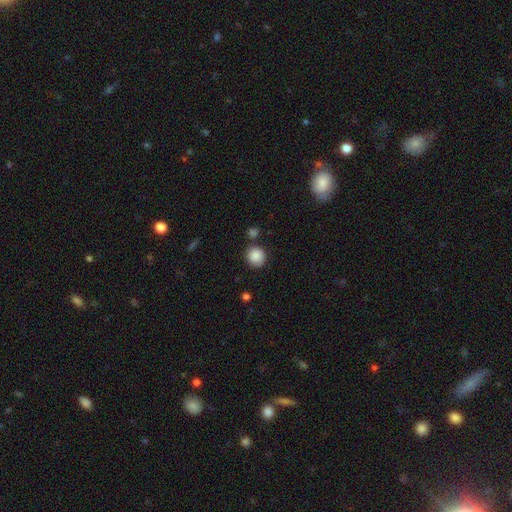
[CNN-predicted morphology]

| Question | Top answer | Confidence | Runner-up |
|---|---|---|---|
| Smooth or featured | smooth | 88% | star or artifact (8%) |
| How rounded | round | 89% | in between (10%) |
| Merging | none | 78% | minor disturbance (11%) |